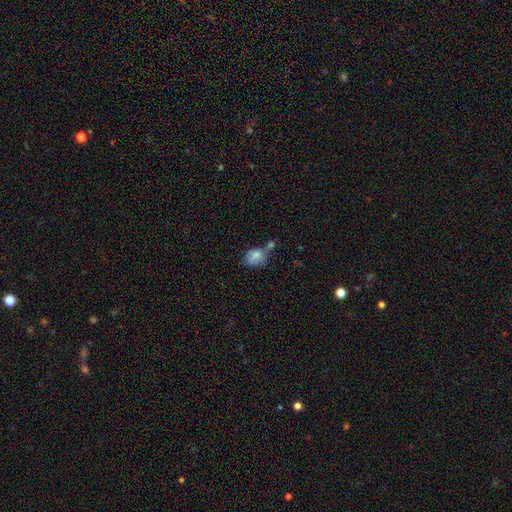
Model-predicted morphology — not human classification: Overall: smooth (76%). How rounded: in between (58%; round 41%). Merging: merger (34%; none 33%).